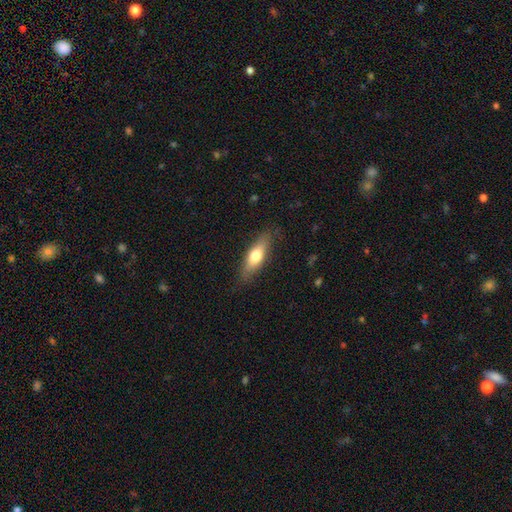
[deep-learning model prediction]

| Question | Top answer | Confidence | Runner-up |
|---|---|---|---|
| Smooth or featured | smooth | 65% | featured or disk (29%) |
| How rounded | in between | 50% | cigar-shaped (47%) |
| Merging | none | 83% | minor disturbance (13%) |